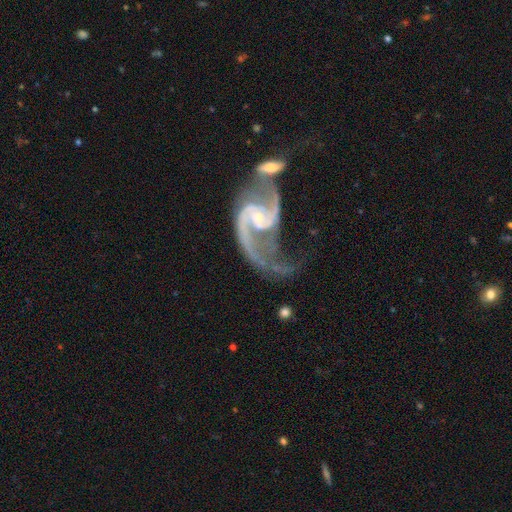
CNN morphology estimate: Q: Smooth or featured?
A: featured or disk (89%); runner-up: star or artifact (6%)
Q: Edge-on disk?
A: no (97%); runner-up: yes (3%)
Q: Bar?
A: weak (47%); runner-up: no (34%)
Q: Spiral arms?
A: yes (94%); runner-up: no (6%)
Q: Spiral winding?
A: loose (58%); runner-up: medium (33%)
Q: Spiral arm count?
A: 2 (77%); runner-up: 1 (15%)
Q: Bulge size?
A: small (58%); runner-up: moderate (25%)
Q: Merging?
A: merger (35%); runner-up: major disturbance (27%)